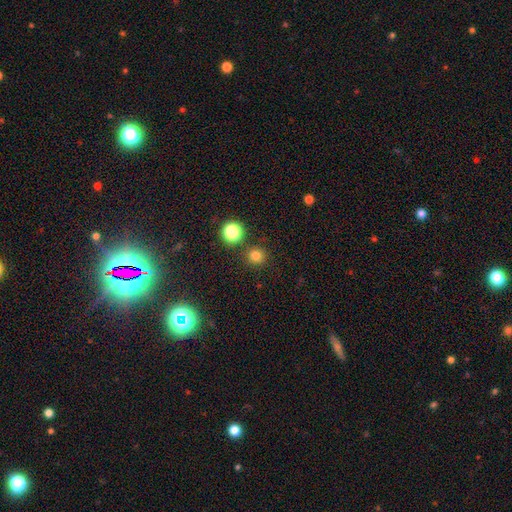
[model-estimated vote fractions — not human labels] A smooth galaxy with no disk features (78%) that is round (93%).

Vote fractions:
- Smooth or featured? smooth: 78% / star or artifact: 17% / featured or disk: 5%
- How rounded? round: 93% / in between: 7% / cigar-shaped: 1%
- Merging? none: 85% / minor disturbance: 7% / merger: 6% / major disturbance: 3%